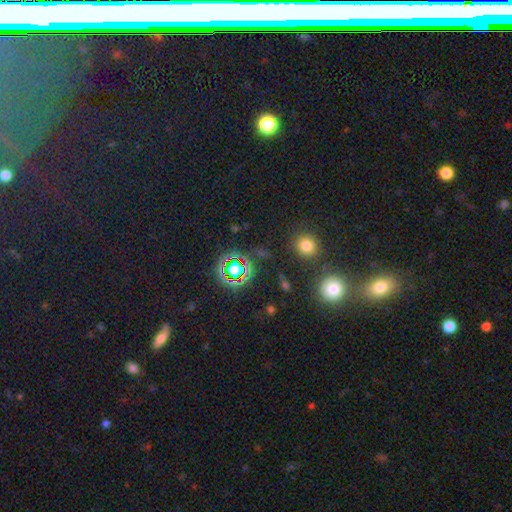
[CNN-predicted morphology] This appears to be a star or artifact, not a galaxy (56%).